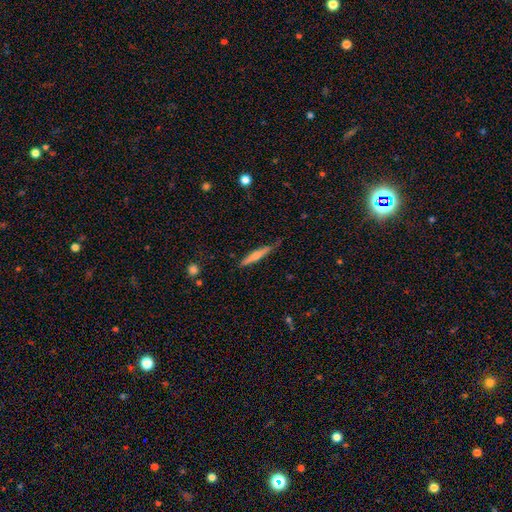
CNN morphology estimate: This appears to be a smooth galaxy with no disk features (62%) that is cigar-shaped (93%). Merging: none (74%).